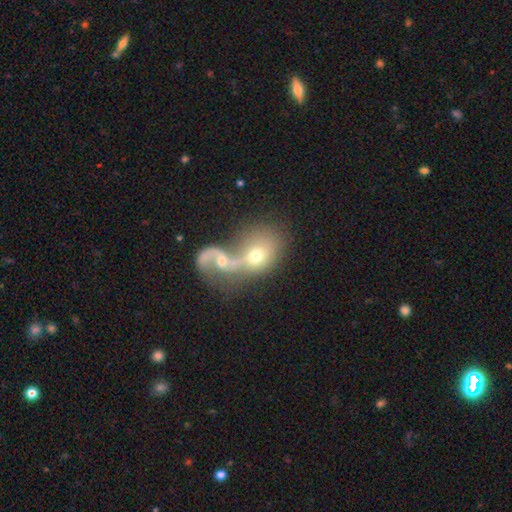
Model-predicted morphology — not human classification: smooth-or-featured: smooth: 47% | featured or disk: 44% | star or artifact: 8%
  merging: merger: 75% | none: 12% | major disturbance: 8% | minor disturbance: 5%